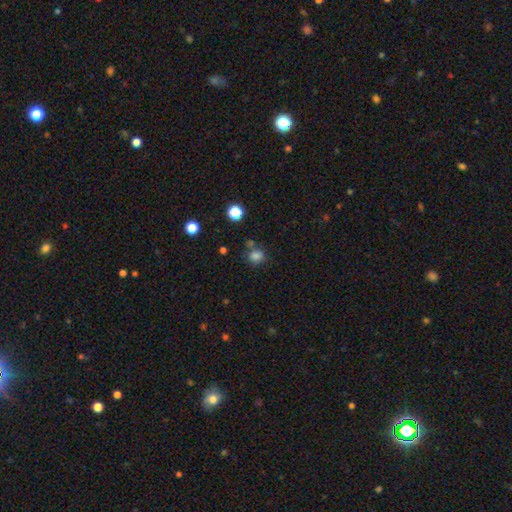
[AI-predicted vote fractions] Smooth or featured? Predicted: smooth (p=0.80). How rounded? Predicted: round (p=0.71). Merging? Predicted: none (p=0.66).